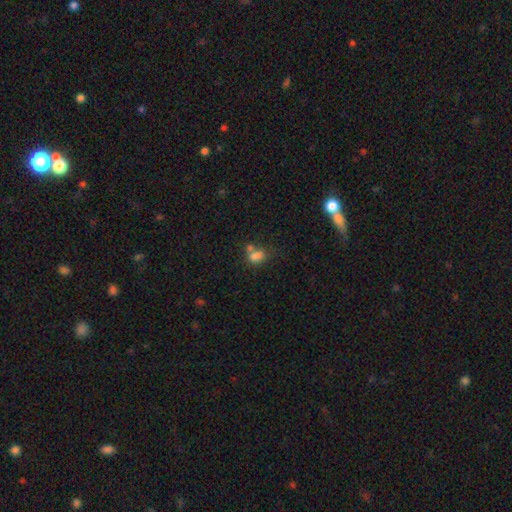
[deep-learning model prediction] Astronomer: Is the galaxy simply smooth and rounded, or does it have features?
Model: smooth — 74%.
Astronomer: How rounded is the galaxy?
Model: in between — 69%.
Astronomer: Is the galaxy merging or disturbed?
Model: merger — 47% (runner-up: none, 32%).